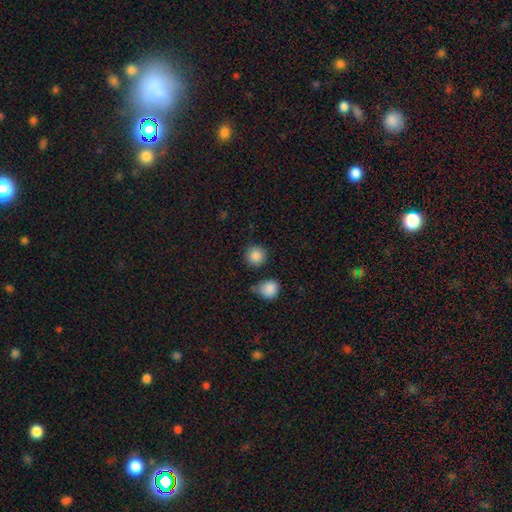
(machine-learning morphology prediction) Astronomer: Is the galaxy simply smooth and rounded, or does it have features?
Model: smooth — 87%.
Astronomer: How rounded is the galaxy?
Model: round — 93%.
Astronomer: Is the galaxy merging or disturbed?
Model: none — 77%.